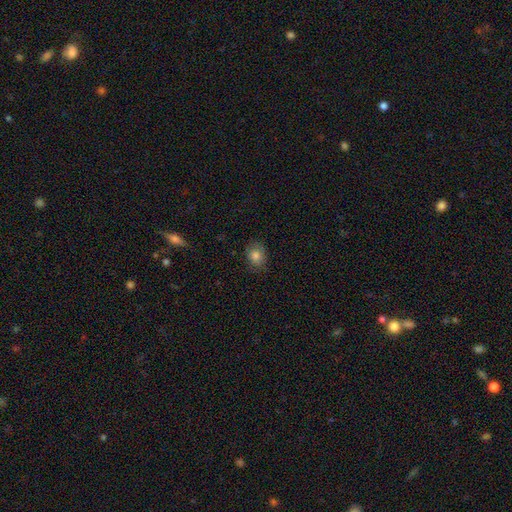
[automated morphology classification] Smooth or featured? Predicted: smooth (p=0.81). How rounded? Predicted: round (p=0.50). Merging? Predicted: none (p=0.79).